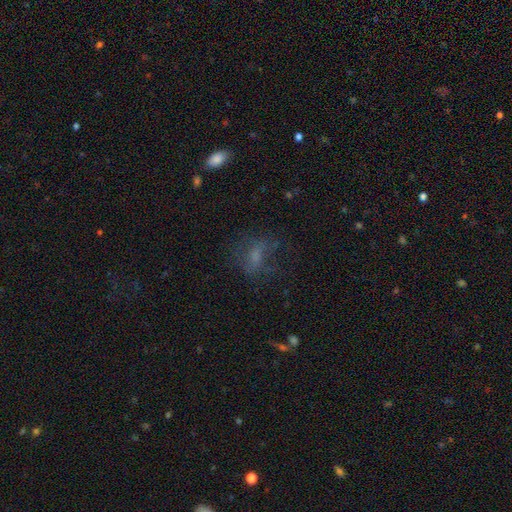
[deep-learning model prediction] The model was most divided on "smooth or featured": smooth: 48%, featured or disk: 30%, star or artifact: 22%. Remaining: merging — none (50%).